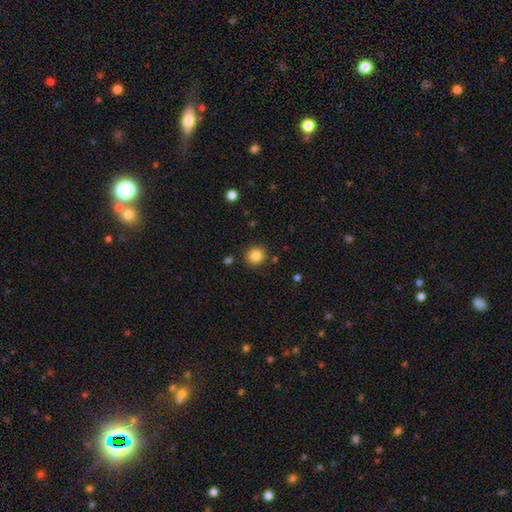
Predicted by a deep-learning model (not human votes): smooth 83%, star or artifact 11%, featured or disk 6%. Down the decision tree: how rounded — round (87%); merging — none (88%).